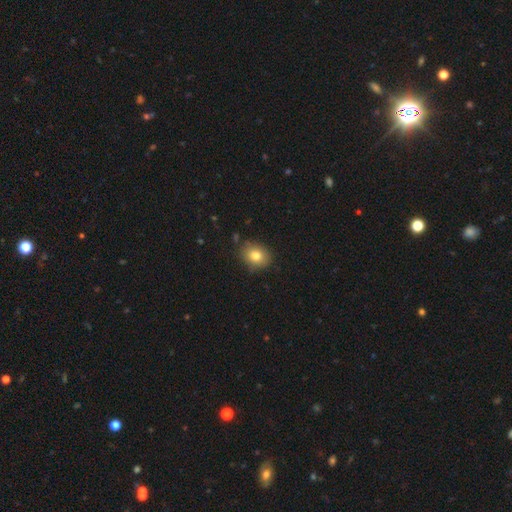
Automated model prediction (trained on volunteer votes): This appears to be a smooth galaxy with no disk features (81%) that is round (58%). Merging: none (83%).